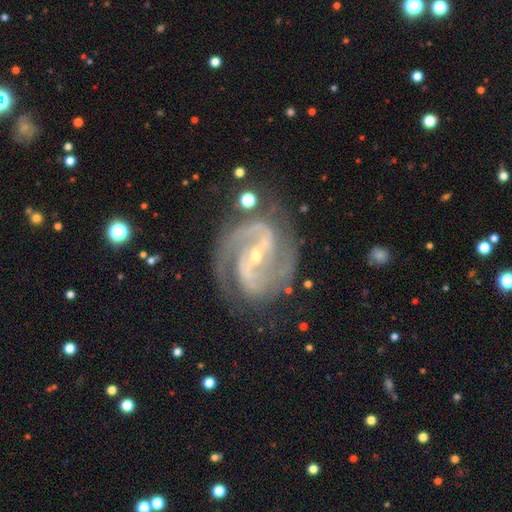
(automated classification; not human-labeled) smooth_or_featured: featured or disk (p=0.92) [alt: star or artifact p=0.05]
disk_edge_on: no (p=0.97) [alt: yes p=0.03]
bar: strong (p=0.52) [alt: weak p=0.32]
has_spiral_arms: yes (p=0.98) [alt: no p=0.02]
spiral_winding: medium (p=0.53) [alt: tight p=0.36]
spiral_arm_count: 2 (p=0.79) [alt: 3 p=0.10]
bulge_size: small (p=0.74) [alt: moderate p=0.23]
merging: none (p=0.71) [alt: minor disturbance p=0.17]